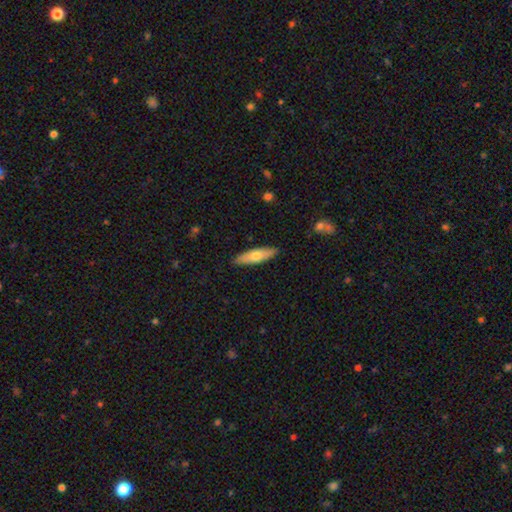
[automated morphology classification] Smooth or featured? smooth (62%)
How rounded? cigar-shaped (66%)
Merging? none (89%)